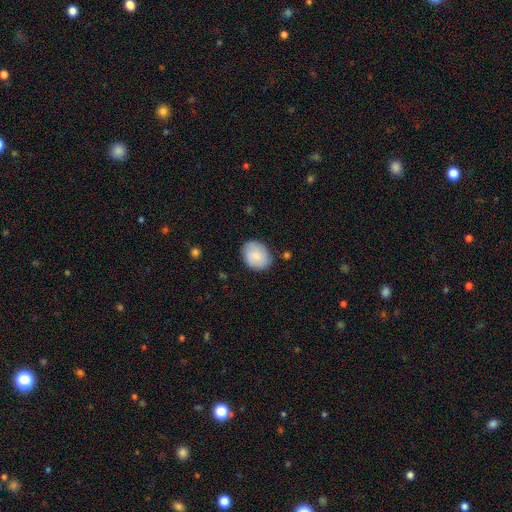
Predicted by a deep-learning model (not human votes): Q: Smooth or featured?
A: smooth (82%); runner-up: featured or disk (12%)
Q: How rounded?
A: in between (55%); runner-up: round (45%)
Q: Merging?
A: none (78%); runner-up: minor disturbance (17%)